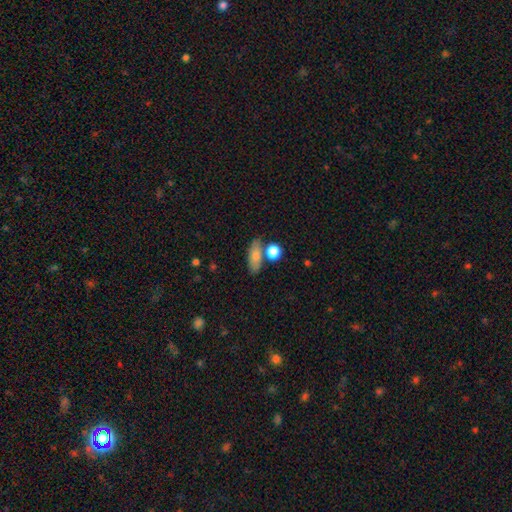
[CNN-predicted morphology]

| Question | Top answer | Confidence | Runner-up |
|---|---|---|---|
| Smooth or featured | smooth | 76% | featured or disk (16%) |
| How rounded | in between | 70% | cigar-shaped (19%) |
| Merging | none | 61% | merger (19%) |